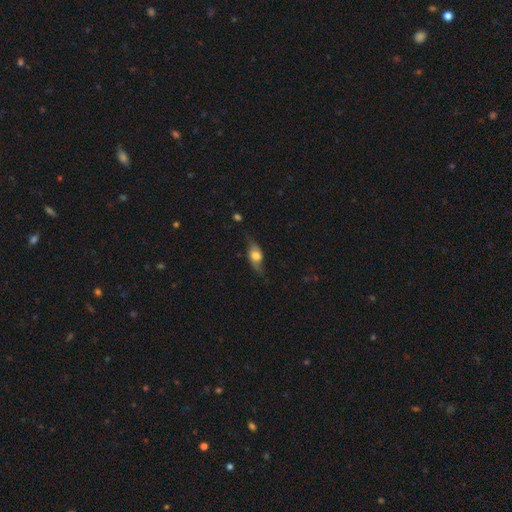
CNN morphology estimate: type=smooth (52%); roundness=in between (75%); merging=none (65%).